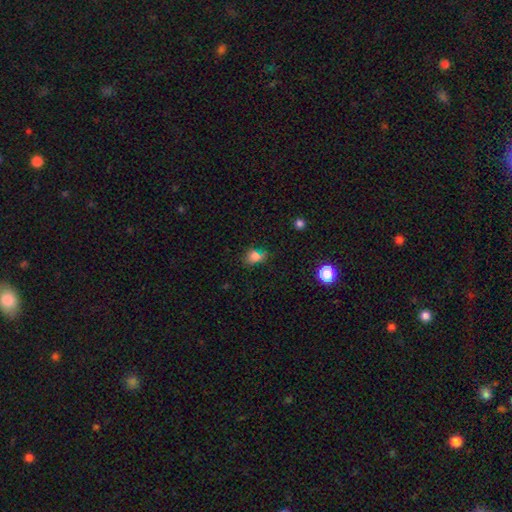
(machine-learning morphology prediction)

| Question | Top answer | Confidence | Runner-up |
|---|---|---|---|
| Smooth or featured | smooth | 71% | star or artifact (21%) |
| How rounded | in between | 55% | round (43%) |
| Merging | none | 63% | minor disturbance (20%) |